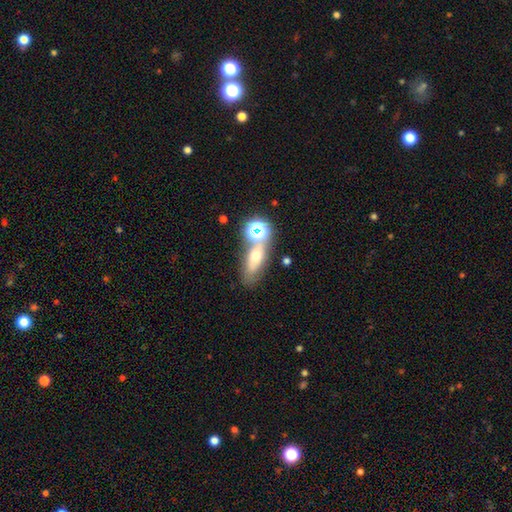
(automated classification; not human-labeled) This is marginally a smooth galaxy (44%). Merging: possibly none (56%).